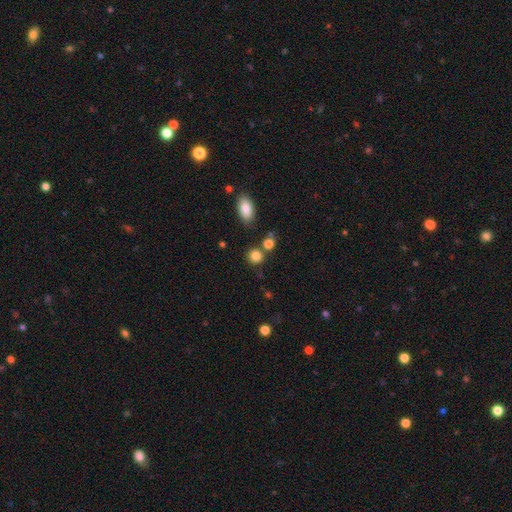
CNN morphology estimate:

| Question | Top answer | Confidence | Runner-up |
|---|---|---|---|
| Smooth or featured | smooth | 84% | star or artifact (11%) |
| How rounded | round | 84% | in between (15%) |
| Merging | none | 71% | merger (16%) |